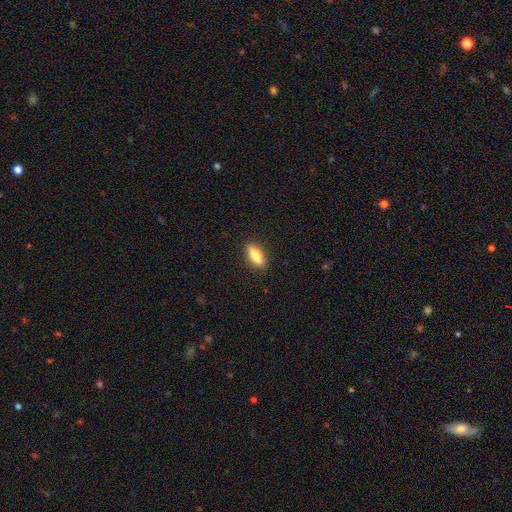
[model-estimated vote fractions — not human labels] A smooth galaxy with no disk features (76%) that is in between round and cigar-shaped (73%). Merging: none (89%).